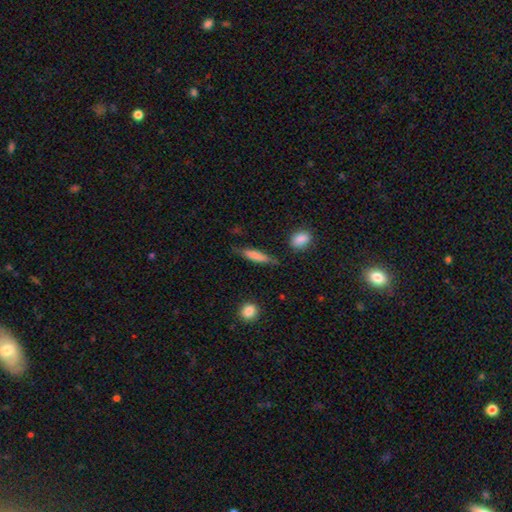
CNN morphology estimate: Overall: smooth (72%). How rounded: cigar-shaped (72%). Merging: none (69%).